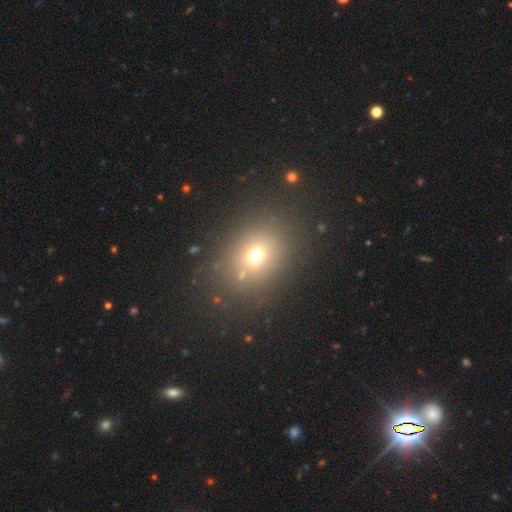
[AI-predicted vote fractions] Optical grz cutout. It shows a smooth galaxy with no disk features (65%) that is round (52%). Merging: none (78%).